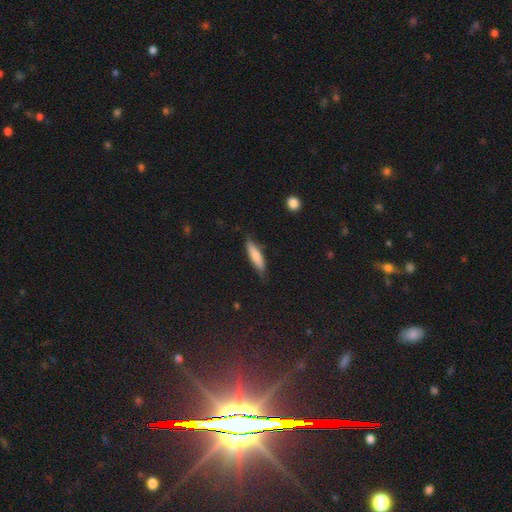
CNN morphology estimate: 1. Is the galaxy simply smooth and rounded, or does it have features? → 74% smooth, 19% featured or disk, 6% star or artifact.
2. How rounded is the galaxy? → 75% cigar-shaped, 24% in between, 2% round.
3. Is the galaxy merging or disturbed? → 77% none, 18% minor disturbance, 3% major disturbance, 2% merger.